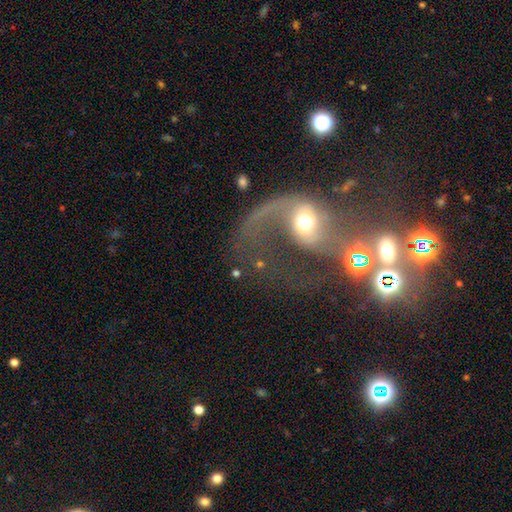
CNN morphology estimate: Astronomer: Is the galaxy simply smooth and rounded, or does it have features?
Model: featured or disk — 72%.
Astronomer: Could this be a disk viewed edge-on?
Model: no — 97%.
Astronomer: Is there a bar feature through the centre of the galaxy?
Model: no — 59%.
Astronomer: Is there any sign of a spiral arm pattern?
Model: yes — 83%.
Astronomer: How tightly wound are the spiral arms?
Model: loose — 67%.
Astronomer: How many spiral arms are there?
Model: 2 — 52% (runner-up: 1, 39%).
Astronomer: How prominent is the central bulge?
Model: moderate — 56%.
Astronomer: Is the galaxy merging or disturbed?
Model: major disturbance — 33% (runner-up: merger, 31%).